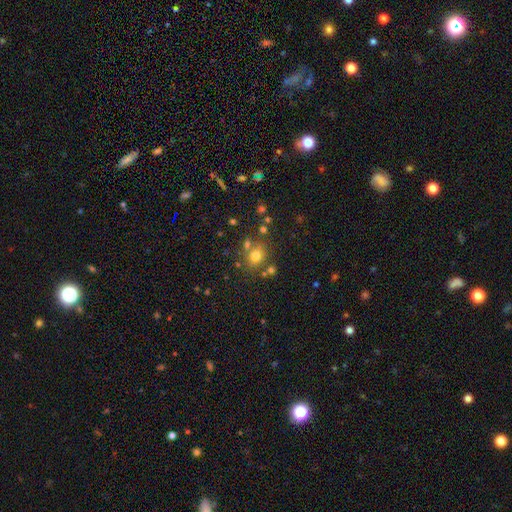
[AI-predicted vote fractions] This appears to be a smooth galaxy with no disk features (71%) that is round (64%). Merging: none (68%).